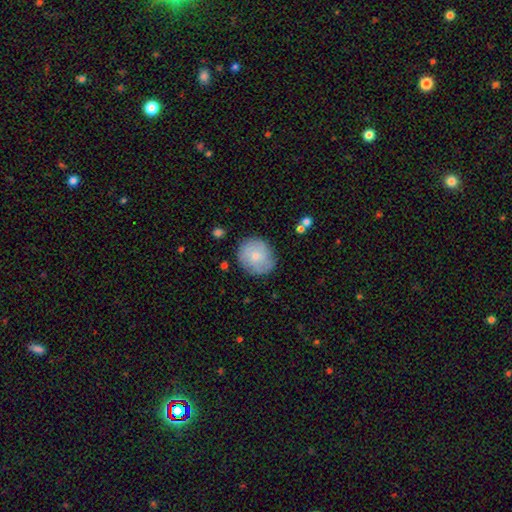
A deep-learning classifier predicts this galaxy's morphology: type=smooth (58%); roundness=round (83%); merging=none (81%).